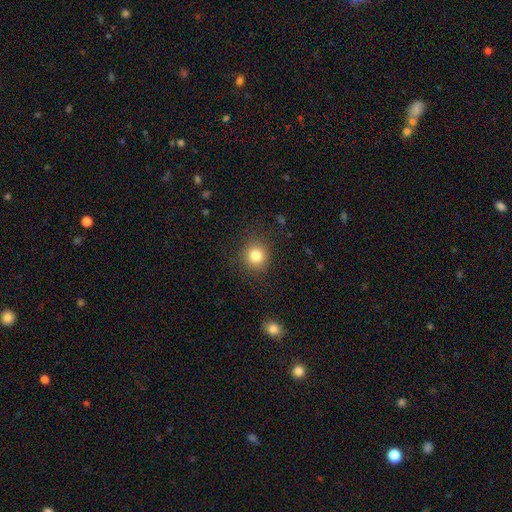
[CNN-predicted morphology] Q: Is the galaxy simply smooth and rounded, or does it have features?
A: smooth — 83%.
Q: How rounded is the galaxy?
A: round — 88%.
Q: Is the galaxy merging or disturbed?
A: none — 87%.